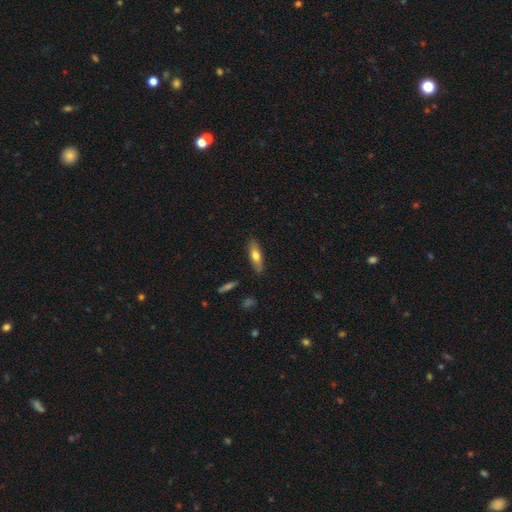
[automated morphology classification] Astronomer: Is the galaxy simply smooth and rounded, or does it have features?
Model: smooth — 63%.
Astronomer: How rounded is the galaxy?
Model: cigar-shaped — 51% (runner-up: in between, 46%).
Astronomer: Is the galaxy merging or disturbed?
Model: none — 85%.